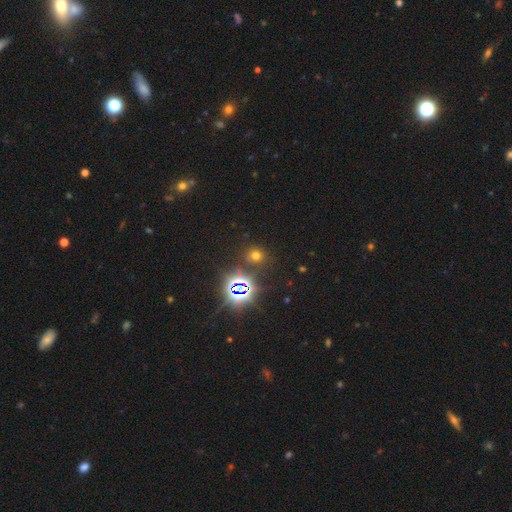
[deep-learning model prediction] smooth-or-featured: smooth: 53% | star or artifact: 40% | featured or disk: 7%
  how-rounded: round: 82% | in between: 16% | cigar-shaped: 1%
  merging: none: 82% | minor disturbance: 9% | merger: 5% | major disturbance: 4%